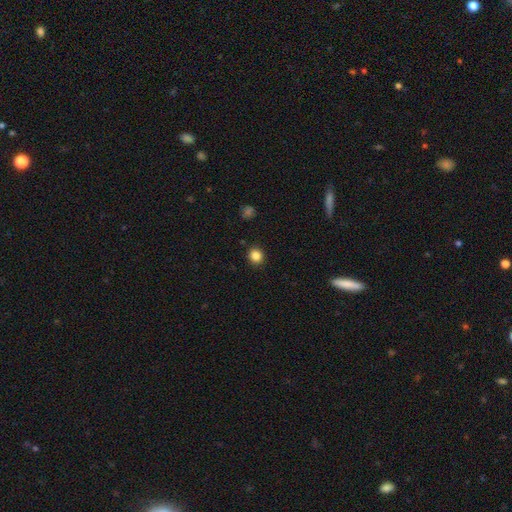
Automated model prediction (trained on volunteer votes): smooth_or_featured: smooth (p=0.85) [alt: star or artifact p=0.11]
how_rounded: round (p=0.87) [alt: in between p=0.12]
merging: none (p=0.91) [alt: minor disturbance p=0.06]